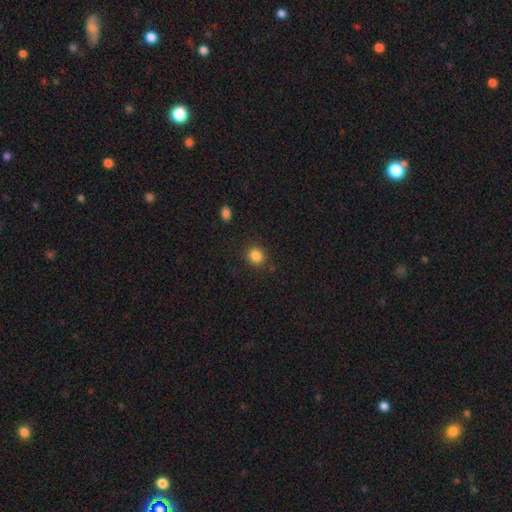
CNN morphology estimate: This is clearly a smooth galaxy (85%). How rounded: clearly round (81%). Merging: clearly none (87%).